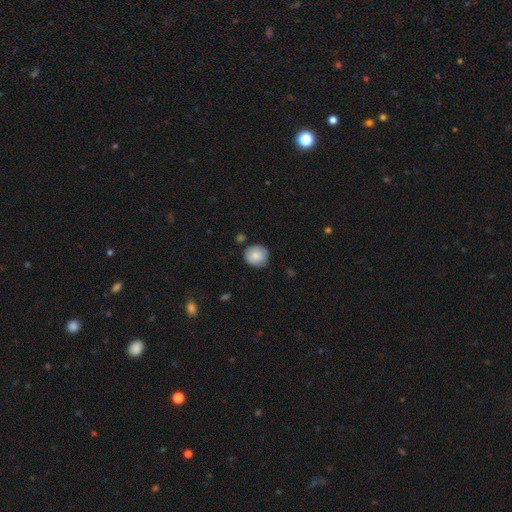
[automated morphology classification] Smooth or featured? Predicted: smooth (p=0.80). How rounded? Predicted: round (p=0.82). Merging? Predicted: none (p=0.78).